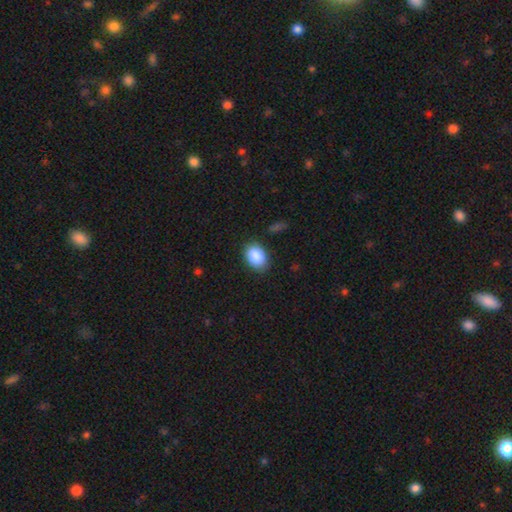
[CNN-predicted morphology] smooth 89%, star or artifact 7%, featured or disk 4%. Down the decision tree: how rounded — in between (77%); merging — none (83%).